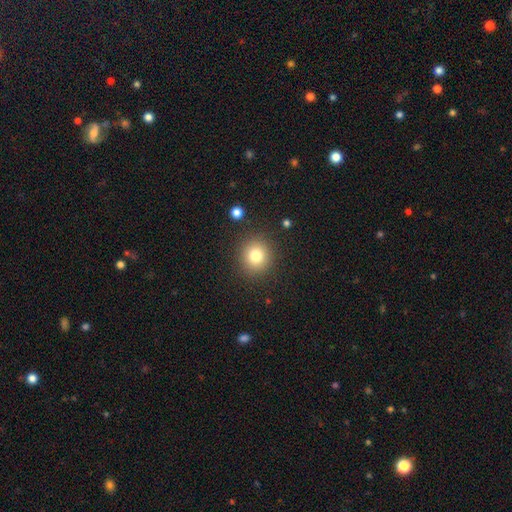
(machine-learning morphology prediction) Smooth or featured? smooth (79%)
How rounded? round (90%)
Merging? none (88%)